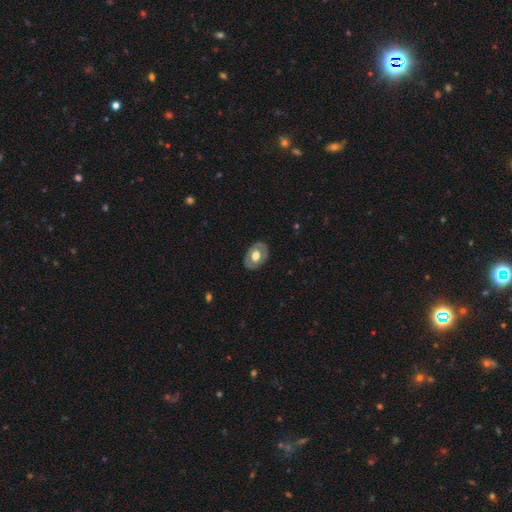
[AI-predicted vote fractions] Overall: smooth (49%; featured or disk 45%). Merging: none (83%).